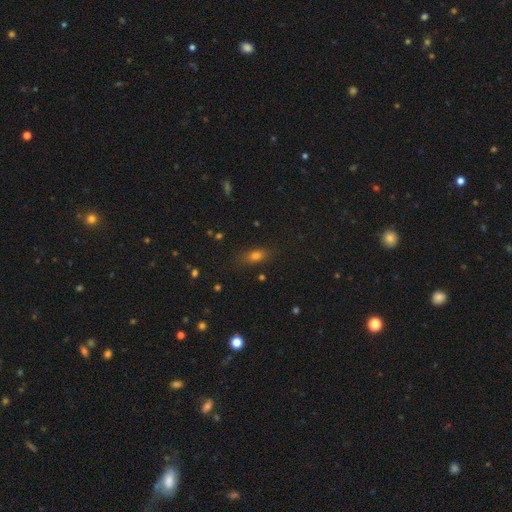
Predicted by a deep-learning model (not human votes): A smooth galaxy with no disk features (71%) that is in between round and cigar-shaped (71%). Merging: none (80%).